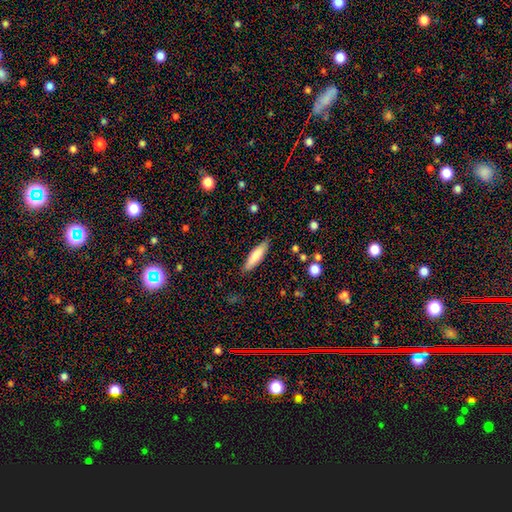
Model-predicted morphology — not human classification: smooth 79%, featured or disk 15%, star or artifact 6%. Down the decision tree: how rounded — cigar-shaped (71%); merging — none (86%).